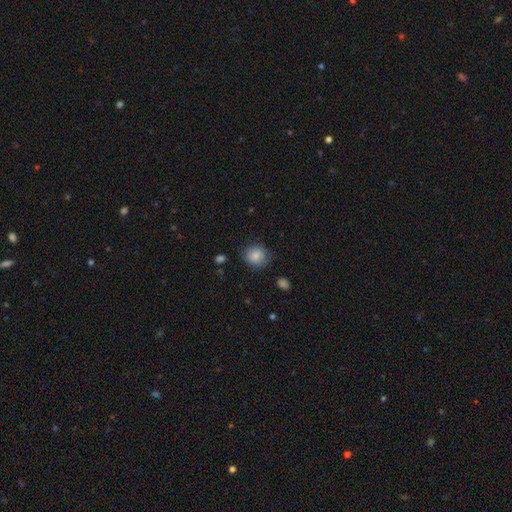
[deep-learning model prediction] A smooth galaxy with no disk features (85%) that is round (71%).

Vote fractions:
- Smooth or featured? smooth: 85% / star or artifact: 9% / featured or disk: 6%
- How rounded? round: 71% / in between: 28% / cigar-shaped: 1%
- Merging? none: 78% / minor disturbance: 16% / major disturbance: 4% / merger: 1%